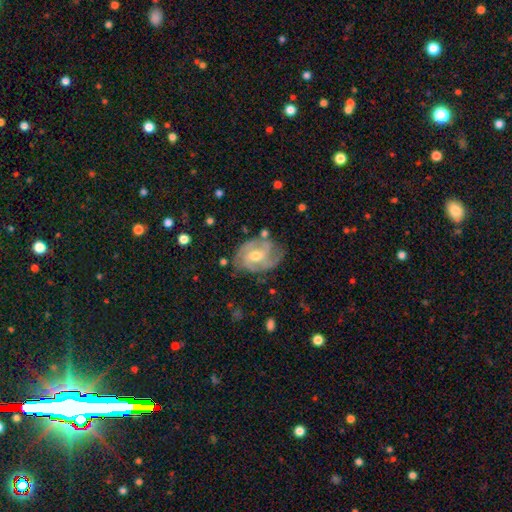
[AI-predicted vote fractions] smooth_or_featured: featured or disk (p=0.84) [alt: smooth p=0.11]
disk_edge_on: no (p=0.97) [alt: yes p=0.03]
bar: weak (p=0.49) [alt: no p=0.36]
has_spiral_arms: yes (p=0.95) [alt: no p=0.05]
spiral_winding: medium (p=0.46) [alt: tight p=0.40]
spiral_arm_count: 2 (p=0.37) [alt: 3 p=0.34]
bulge_size: moderate (p=0.64) [alt: small p=0.31]
merging: none (p=0.69) [alt: minor disturbance p=0.21]